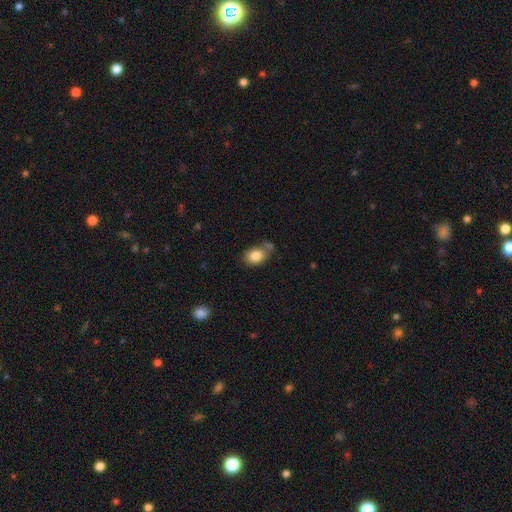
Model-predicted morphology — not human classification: type=smooth (83%); roundness=in between (73%); merging=none (62%).